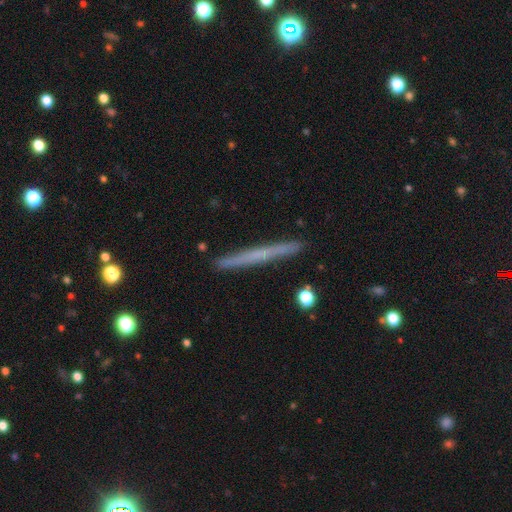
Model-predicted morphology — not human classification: Overall: smooth (49%; featured or disk 44%). Merging: none (90%).